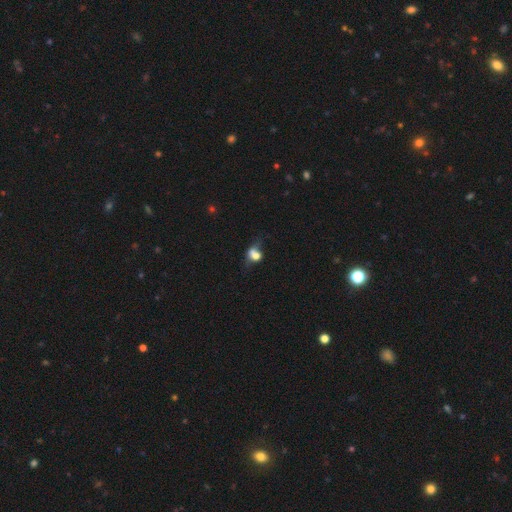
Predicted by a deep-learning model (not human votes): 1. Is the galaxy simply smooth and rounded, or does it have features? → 63% smooth, 23% featured or disk, 14% star or artifact.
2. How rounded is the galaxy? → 51% in between, 46% round, 2% cigar-shaped.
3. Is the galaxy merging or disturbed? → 34% merger, 26% none, 21% major disturbance, 18% minor disturbance.